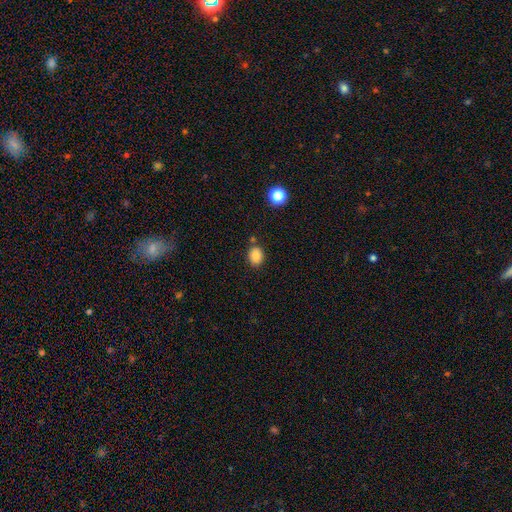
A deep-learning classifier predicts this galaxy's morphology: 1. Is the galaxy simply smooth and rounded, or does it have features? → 84% smooth, 10% star or artifact, 6% featured or disk.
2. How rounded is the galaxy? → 55% in between, 44% round, 1% cigar-shaped.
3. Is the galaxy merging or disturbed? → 78% none, 12% minor disturbance, 7% merger, 3% major disturbance.